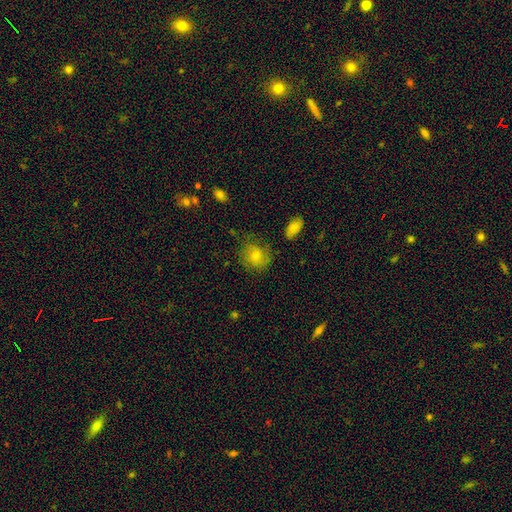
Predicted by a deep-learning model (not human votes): Smooth or featured? Predicted: smooth (p=0.58). How rounded? Predicted: round (p=0.74). Merging? Predicted: none (p=0.70).